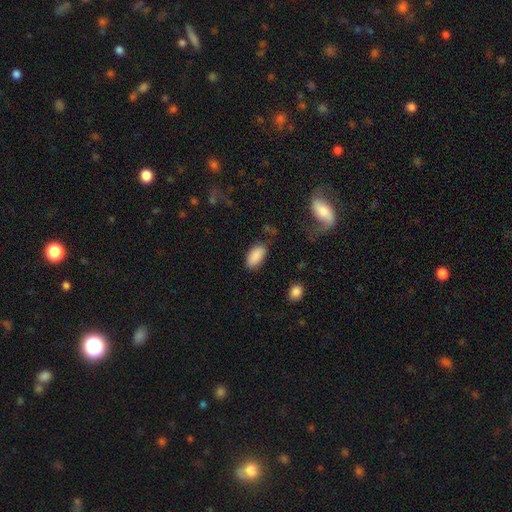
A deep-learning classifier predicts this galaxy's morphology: type=smooth (89%); roundness=in between (94%); merging=none (81%).